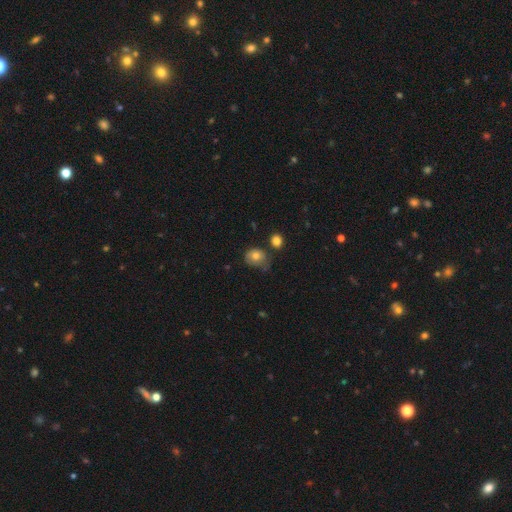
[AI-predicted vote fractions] A smooth galaxy with no disk features (75%) that is round (58%). Merging: none (45%).